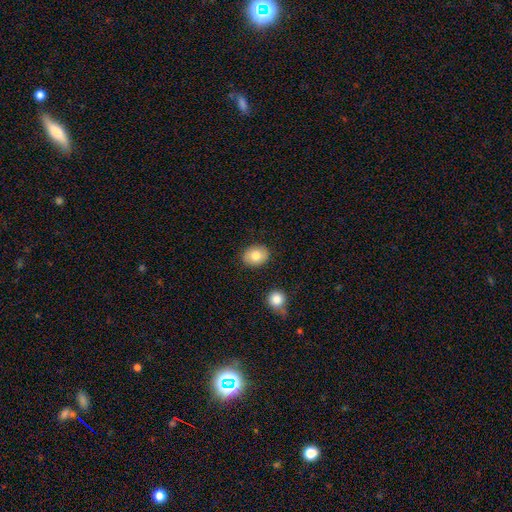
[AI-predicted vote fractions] A smooth galaxy with no disk features (81%) that is in between round and cigar-shaped (56%). Merging: none (86%).